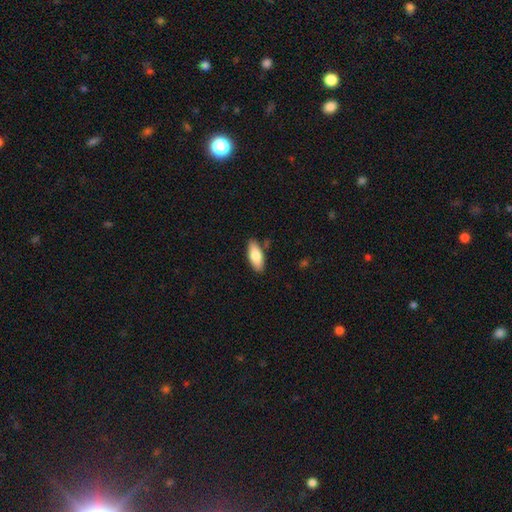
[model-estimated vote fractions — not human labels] smooth-or-featured: smooth: 80% | featured or disk: 14% | star or artifact: 6%
  how-rounded: in between: 79% | cigar-shaped: 18% | round: 2%
  merging: none: 84% | minor disturbance: 11% | merger: 3% | major disturbance: 2%